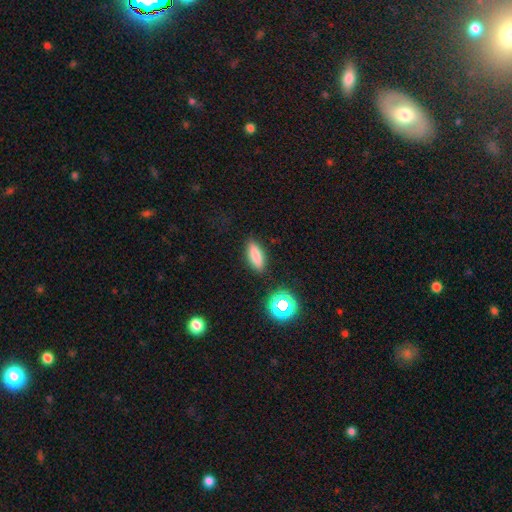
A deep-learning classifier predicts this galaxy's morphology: Smooth or featured: smooth — 81% (star or artifact — 10%)
How rounded: in between — 64% (cigar-shaped — 33%)
Merging: none — 86% (minor disturbance — 9%)